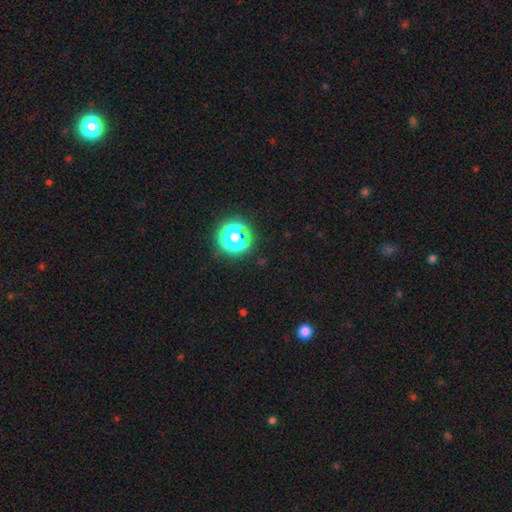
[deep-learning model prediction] A star or artifact, not a galaxy (67%).